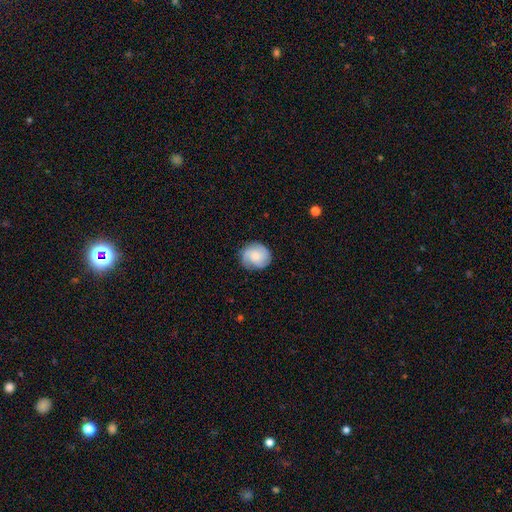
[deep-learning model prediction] This is possibly a featured or disk galaxy (50%). It is clearly not viewed edge-on (98%). Merging: likely none (80%).